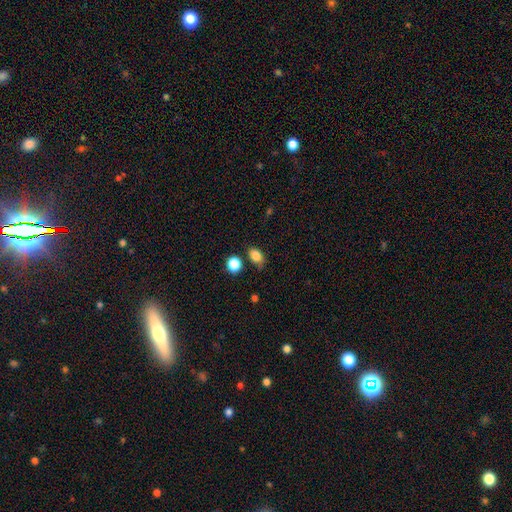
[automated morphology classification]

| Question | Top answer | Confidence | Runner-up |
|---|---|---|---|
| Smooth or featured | smooth | 85% | star or artifact (11%) |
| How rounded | in between | 71% | round (28%) |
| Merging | none | 69% | minor disturbance (18%) |